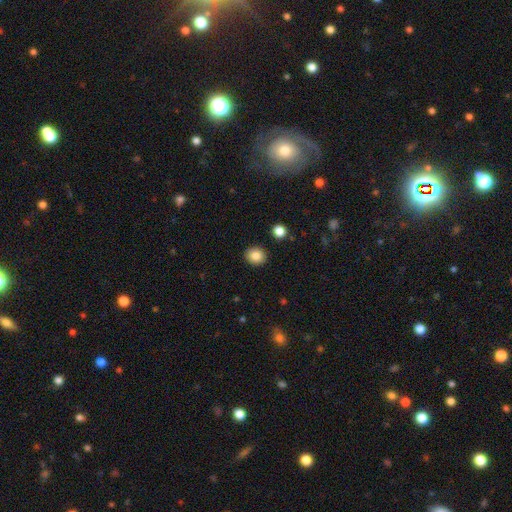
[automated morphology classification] This appears to be a smooth galaxy with no disk features (85%) that is round (73%). Merging: none (90%).